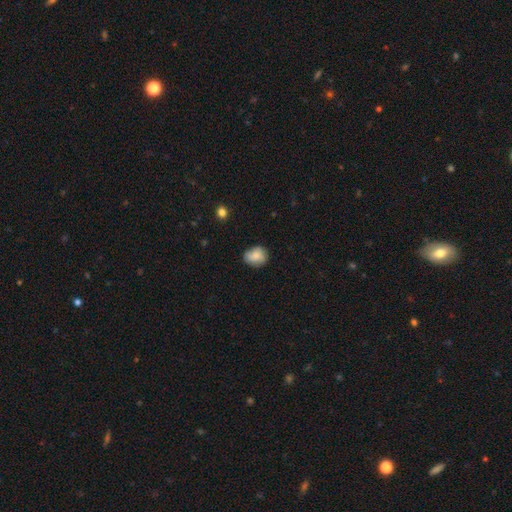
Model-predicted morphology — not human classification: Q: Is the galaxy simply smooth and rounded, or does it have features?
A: smooth — 79%.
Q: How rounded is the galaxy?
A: round — 50%.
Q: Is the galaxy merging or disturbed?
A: none — 72%.